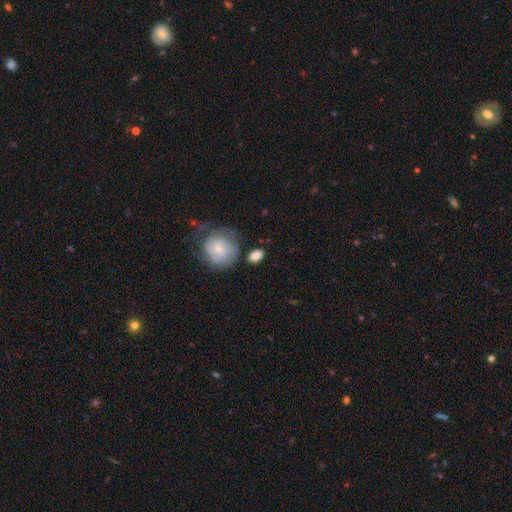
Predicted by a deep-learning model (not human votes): A smooth galaxy with no disk features (78%) that is in between round and cigar-shaped (69%).

Vote fractions:
- Smooth or featured? smooth: 78% / featured or disk: 15% / star or artifact: 7%
- How rounded? in between: 69% / round: 28% / cigar-shaped: 3%
- Merging? none: 71% / minor disturbance: 17% / merger: 7% / major disturbance: 6%